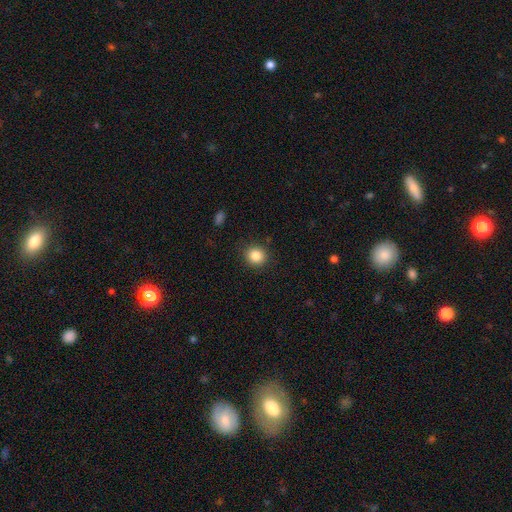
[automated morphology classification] smooth_or_featured: smooth (p=0.85) [alt: star or artifact p=0.10]
how_rounded: round (p=0.87) [alt: in between p=0.12]
merging: none (p=0.89) [alt: minor disturbance p=0.08]